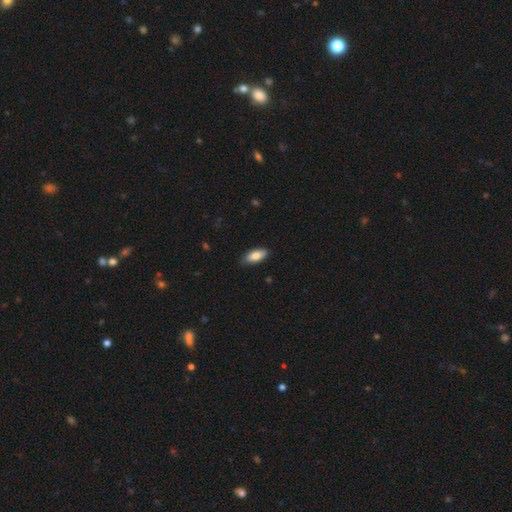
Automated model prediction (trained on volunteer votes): Smooth or featured?
  - smooth: 84% *
  - featured or disk: 10%
  - star or artifact: 6%
How rounded?
  - in between: 87% *
  - cigar-shaped: 11%
  - round: 2%
Merging?
  - none: 82% *
  - minor disturbance: 15%
  - major disturbance: 2%
  - merger: 1%